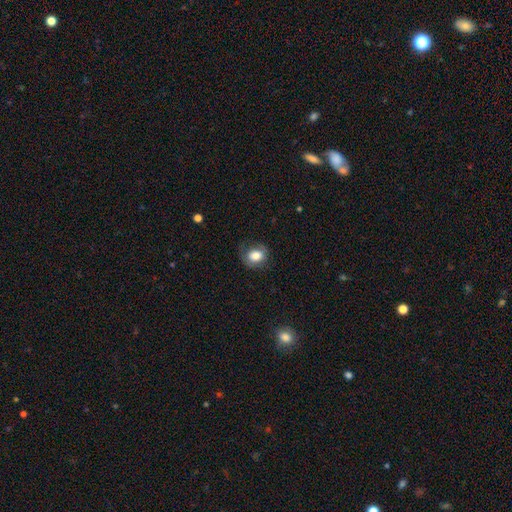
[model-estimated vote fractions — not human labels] Smooth or featured?
  - smooth: 76% *
  - featured or disk: 16%
  - star or artifact: 9%
How rounded?
  - round: 53% *
  - in between: 46%
  - cigar-shaped: 1%
Merging?
  - none: 67% *
  - minor disturbance: 22%
  - major disturbance: 10%
  - merger: 1%